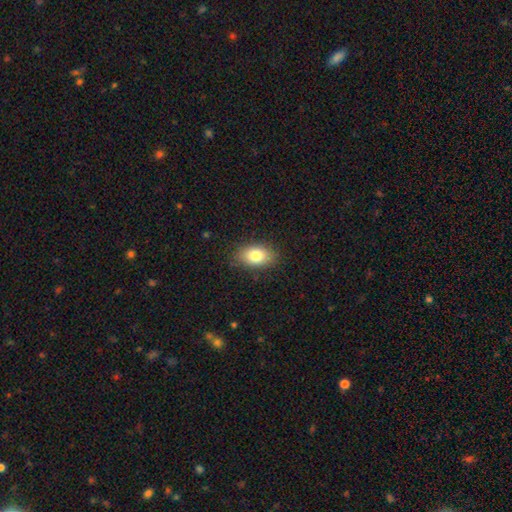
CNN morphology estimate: This is clearly a smooth galaxy (81%). How rounded: clearly in between (87%). Merging: clearly none (85%).